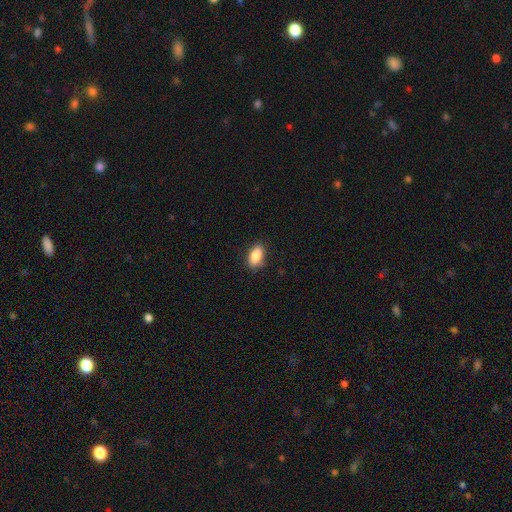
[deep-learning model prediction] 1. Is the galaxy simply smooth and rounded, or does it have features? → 86% smooth, 8% star or artifact, 6% featured or disk.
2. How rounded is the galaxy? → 90% in between, 6% round, 4% cigar-shaped.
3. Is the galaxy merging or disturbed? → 86% none, 11% minor disturbance, 2% major disturbance, 1% merger.